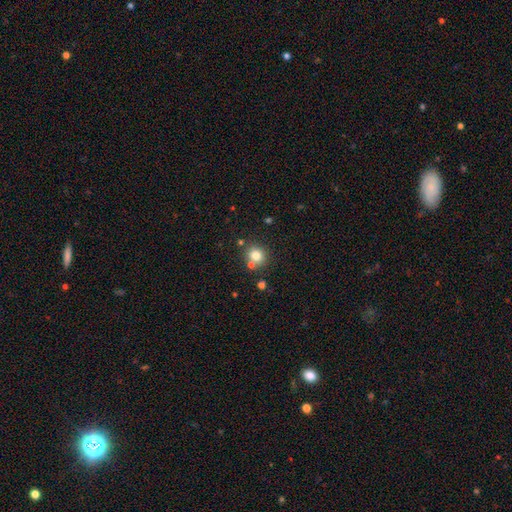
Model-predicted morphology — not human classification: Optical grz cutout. It shows a smooth galaxy with no disk features (78%) that is round (83%). Merging: none (70%).